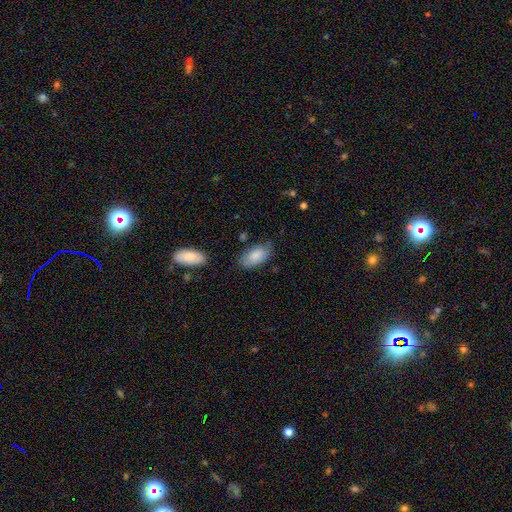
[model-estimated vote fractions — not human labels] Smooth or featured: smooth — 81% (featured or disk — 12%)
How rounded: in between — 94% (round — 4%)
Merging: none — 70% (minor disturbance — 22%)